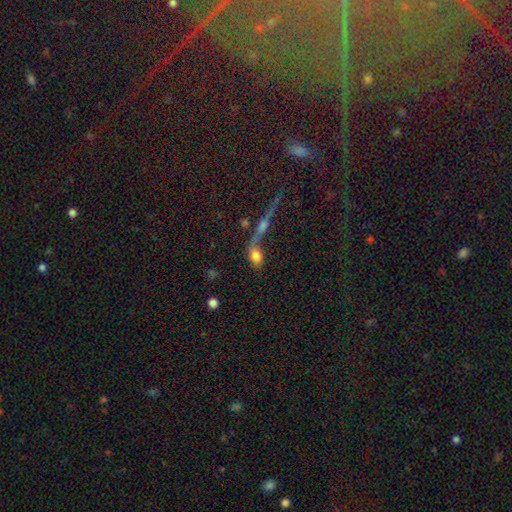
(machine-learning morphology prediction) This appears to be a smooth galaxy with no disk features (72%) that is in between round and cigar-shaped (81%). Merging: merger (44%).